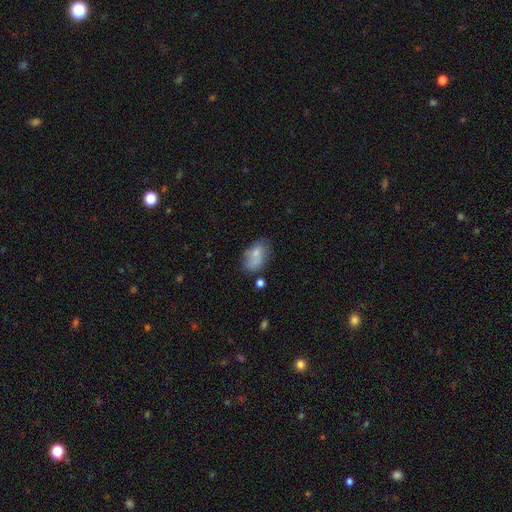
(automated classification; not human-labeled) The model was most divided on "merging": none: 50%, minor disturbance: 26%, merger: 13%, major disturbance: 10%. More confident: how rounded — in between (87%); smooth or featured — smooth (72%).